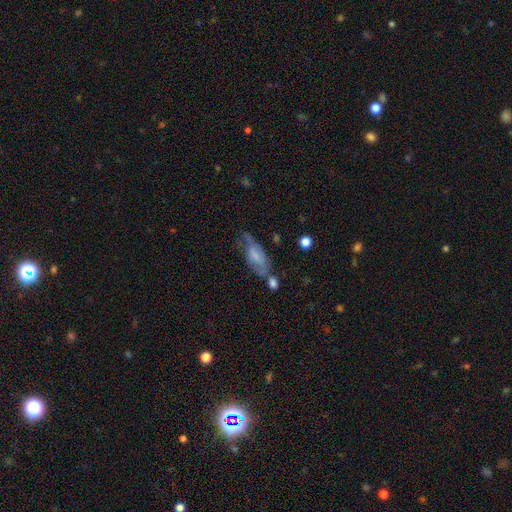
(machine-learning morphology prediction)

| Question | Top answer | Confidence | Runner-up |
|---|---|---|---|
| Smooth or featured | smooth | 47% | featured or disk (45%) |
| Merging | none | 37% | minor disturbance (27%) |